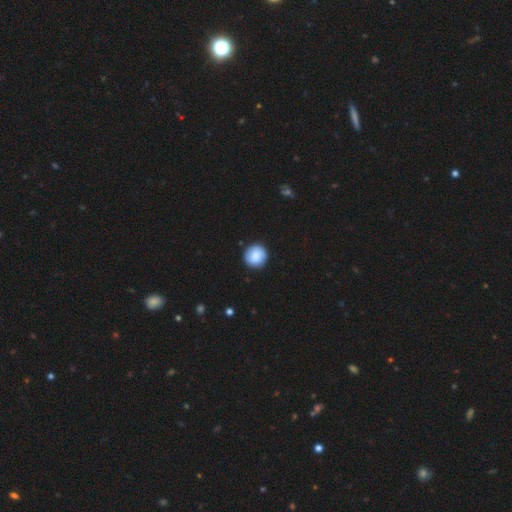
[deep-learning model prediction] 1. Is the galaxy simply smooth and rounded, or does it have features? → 87% smooth, 7% star or artifact, 6% featured or disk.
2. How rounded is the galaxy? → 94% round, 5% in between, 1% cigar-shaped.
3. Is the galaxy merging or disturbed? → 91% none, 6% minor disturbance, 2% major disturbance, 1% merger.